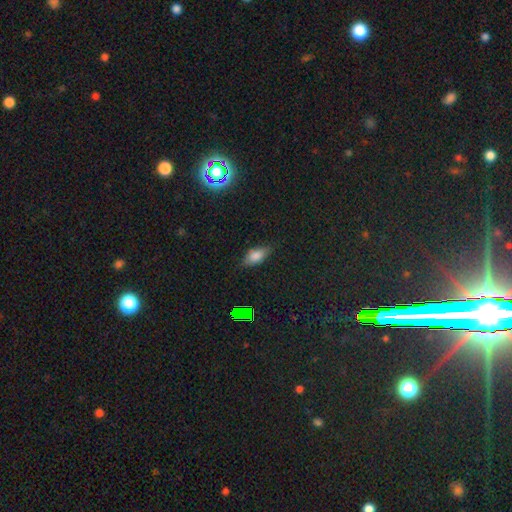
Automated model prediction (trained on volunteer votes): smooth_or_featured: smooth (p=0.76) [alt: star or artifact p=0.13]
how_rounded: in between (p=0.87) [alt: cigar-shaped p=0.08]
merging: none (p=0.78) [alt: minor disturbance p=0.17]